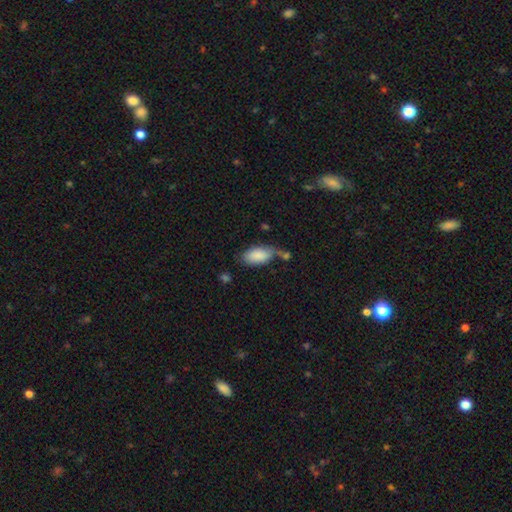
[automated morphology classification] smooth_or_featured: smooth (p=0.86) [alt: featured or disk p=0.08]
how_rounded: in between (p=0.93) [alt: cigar-shaped p=0.04]
merging: none (p=0.52) [alt: minor disturbance p=0.26]